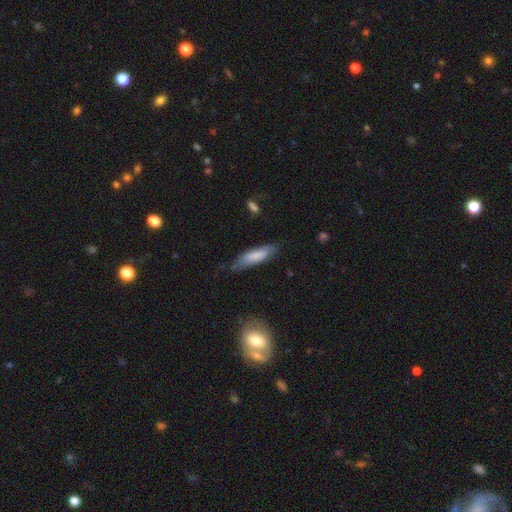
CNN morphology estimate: smooth 72%, featured or disk 22%, star or artifact 6%. Down the decision tree: how rounded — cigar-shaped (60%); merging — none (67%).